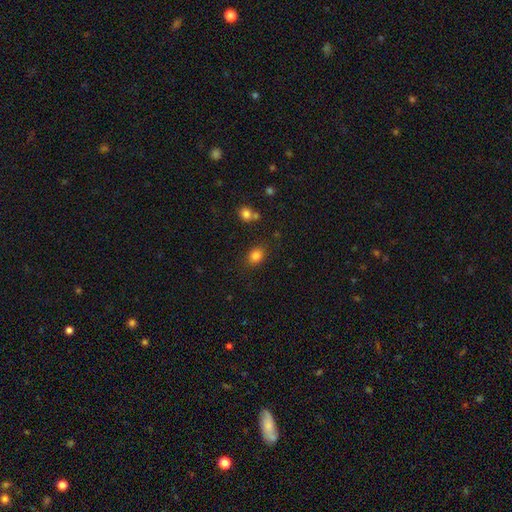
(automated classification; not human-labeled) smooth_or_featured: smooth (p=0.84) [alt: star or artifact p=0.12]
how_rounded: round (p=0.51) [alt: in between p=0.48]
merging: none (p=0.82) [alt: minor disturbance p=0.11]